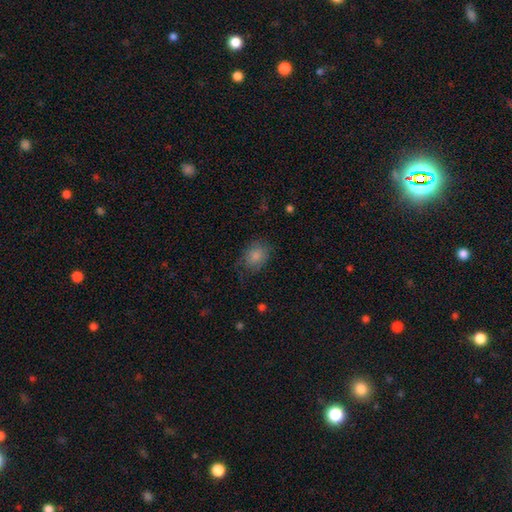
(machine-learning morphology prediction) Smooth or featured? Predicted: smooth (p=0.82). How rounded? Predicted: in between (p=0.62). Merging? Predicted: none (p=0.62).